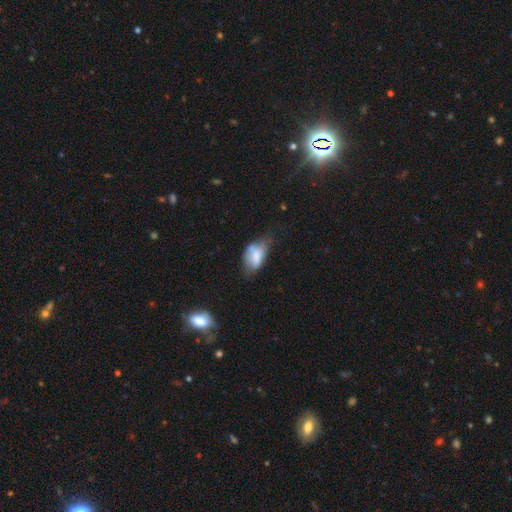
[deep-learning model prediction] A smooth galaxy with no disk features (65%) that is in between round and cigar-shaped (89%). Merging: minor disturbance (38%).